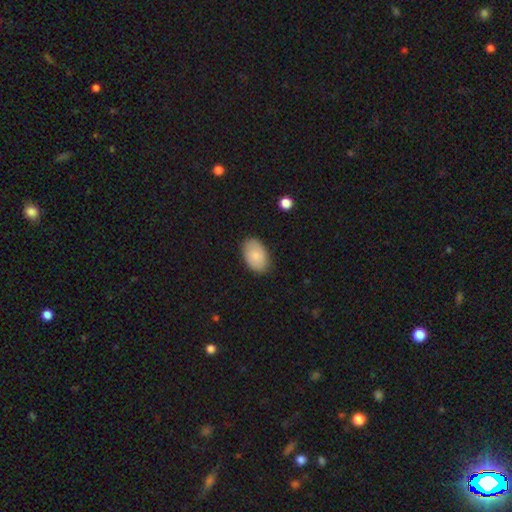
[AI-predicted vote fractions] Smooth or featured? Predicted: smooth (p=0.85). How rounded? Predicted: in between (p=0.91). Merging? Predicted: none (p=0.84).